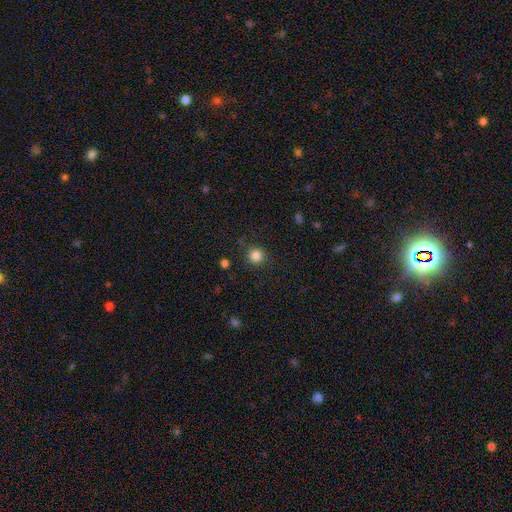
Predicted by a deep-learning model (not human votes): Q: Smooth or featured?
A: smooth (83%); runner-up: star or artifact (12%)
Q: How rounded?
A: round (93%); runner-up: in between (6%)
Q: Merging?
A: none (88%); runner-up: minor disturbance (8%)